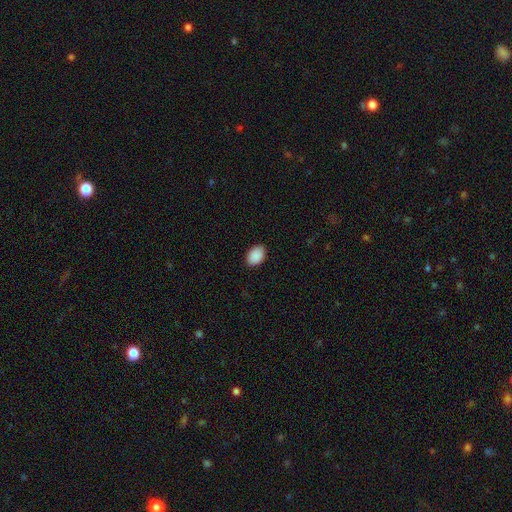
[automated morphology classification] Smooth or featured?
  - smooth: 91% *
  - star or artifact: 7%
  - featured or disk: 2%
How rounded?
  - in between: 84% *
  - round: 15%
  - cigar-shaped: 1%
Merging?
  - none: 89% *
  - minor disturbance: 8%
  - major disturbance: 2%
  - merger: 1%